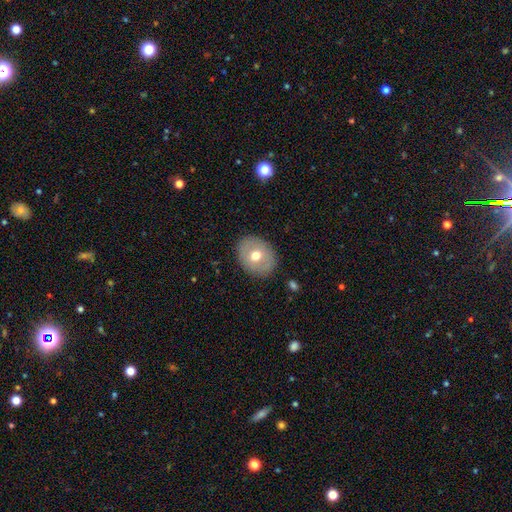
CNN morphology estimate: Overall: smooth (62%; featured or disk 30%). How rounded: round (55%; in between 44%). Merging: none (87%).